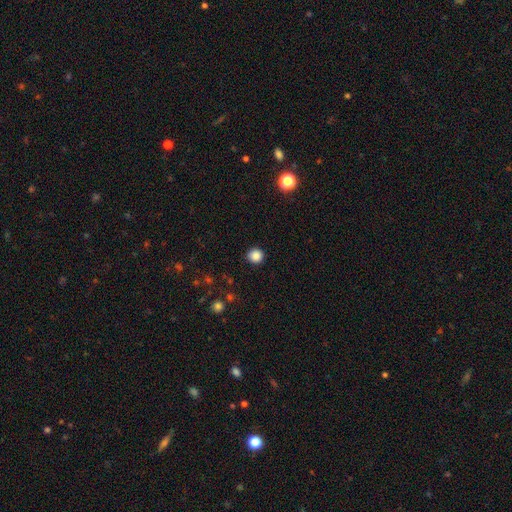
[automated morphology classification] smooth-or-featured: smooth: 86% | star or artifact: 11% | featured or disk: 3%
  how-rounded: round: 90% | in between: 9% | cigar-shaped: 1%
  merging: none: 91% | minor disturbance: 6% | major disturbance: 2% | merger: 1%